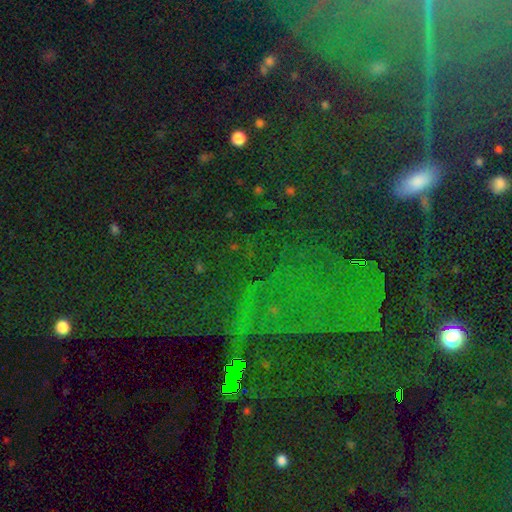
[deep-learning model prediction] Smooth or featured?
  - star or artifact: 70% *
  - smooth: 15%
  - featured or disk: 15%